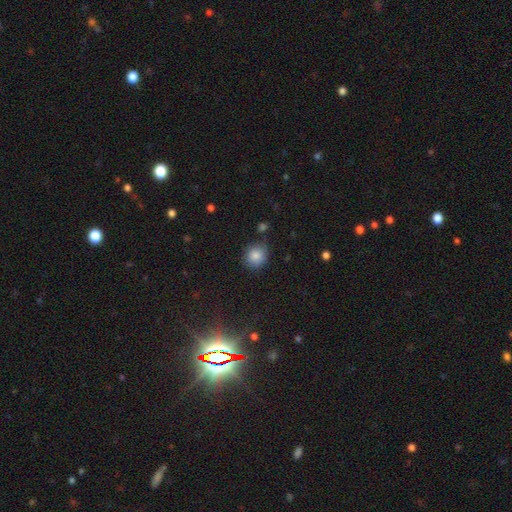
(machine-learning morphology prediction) type=smooth (85%); roundness=round (85%); merging=none (80%).